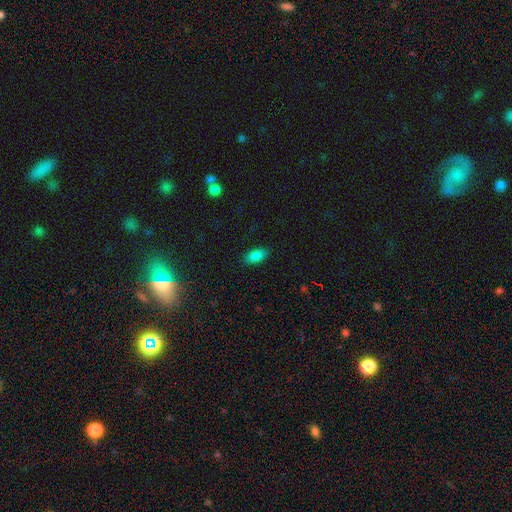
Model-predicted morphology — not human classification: Smooth or featured?
  - smooth: 85% *
  - star or artifact: 10%
  - featured or disk: 4%
How rounded?
  - in between: 92% *
  - cigar-shaped: 5%
  - round: 3%
Merging?
  - none: 86% *
  - minor disturbance: 10%
  - major disturbance: 2%
  - merger: 1%